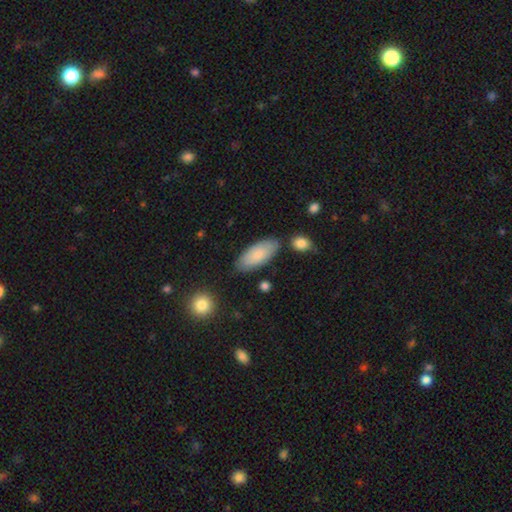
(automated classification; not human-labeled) Smooth or featured? smooth (82%)
How rounded? in between (87%)
Merging? none (77%)